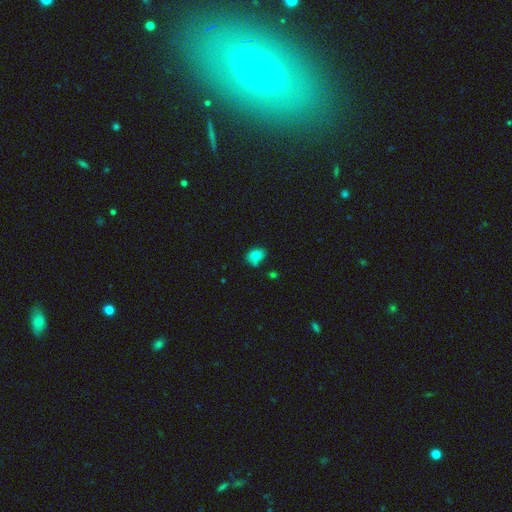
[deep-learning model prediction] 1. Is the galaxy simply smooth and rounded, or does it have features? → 79% smooth, 11% star or artifact, 10% featured or disk.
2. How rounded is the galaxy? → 53% in between, 46% round, 1% cigar-shaped.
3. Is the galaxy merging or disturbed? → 62% none, 26% minor disturbance, 7% merger, 5% major disturbance.